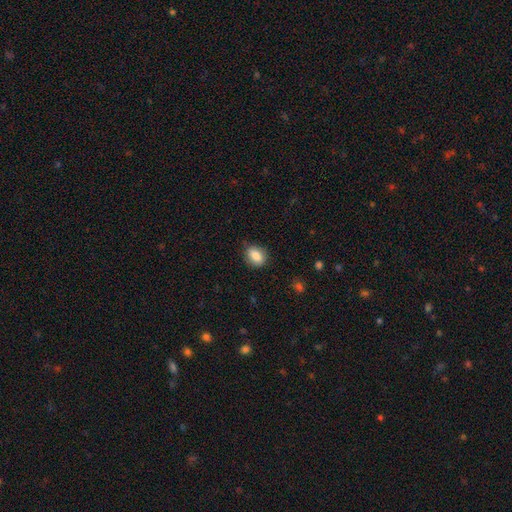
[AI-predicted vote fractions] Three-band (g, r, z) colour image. It shows a smooth galaxy with no disk features (85%) that is in between round and cigar-shaped (68%). Merging: none (83%).